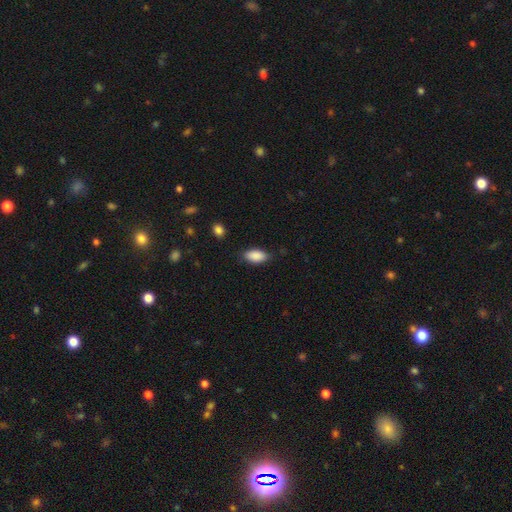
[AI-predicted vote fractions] A smooth galaxy with no disk features (89%) that is in between round and cigar-shaped (92%).

Vote fractions:
- Smooth or featured? smooth: 89% / star or artifact: 7% / featured or disk: 4%
- How rounded? in between: 92% / cigar-shaped: 5% / round: 3%
- Merging? none: 81% / minor disturbance: 15% / major disturbance: 3% / merger: 1%